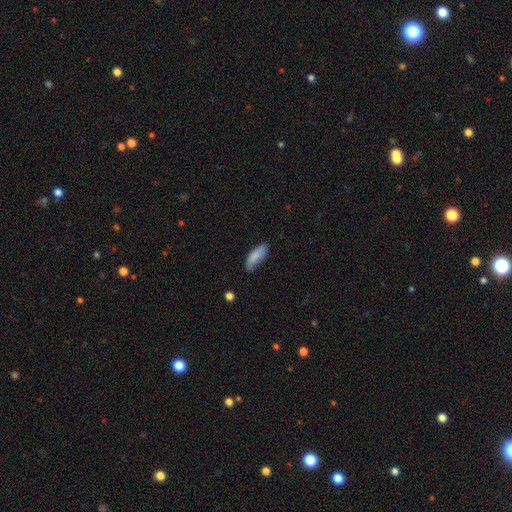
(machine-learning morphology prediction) type=smooth (84%); roundness=in between (63%); merging=none (62%).